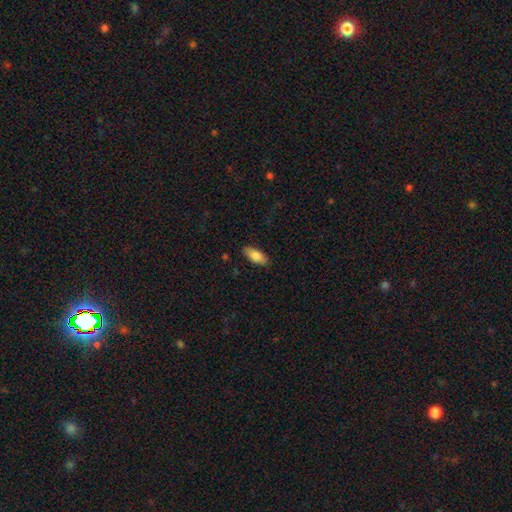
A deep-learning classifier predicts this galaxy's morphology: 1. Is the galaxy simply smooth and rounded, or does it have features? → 82% smooth, 11% featured or disk, 6% star or artifact.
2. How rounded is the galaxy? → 82% in between, 16% cigar-shaped, 2% round.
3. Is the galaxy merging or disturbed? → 86% none, 10% minor disturbance, 2% major disturbance, 1% merger.